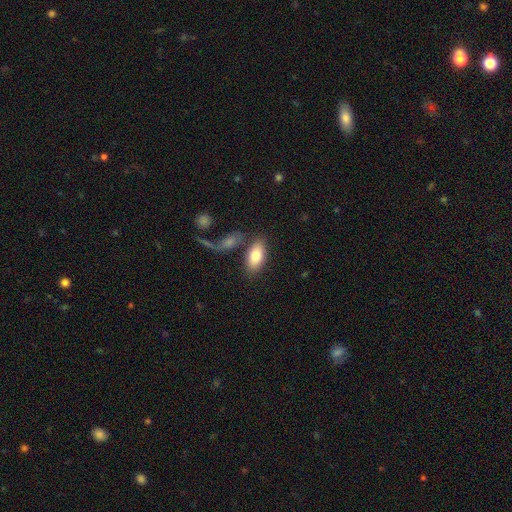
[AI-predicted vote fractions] Smooth or featured?
  - smooth: 81% *
  - featured or disk: 13%
  - star or artifact: 6%
How rounded?
  - in between: 92% *
  - cigar-shaped: 5%
  - round: 4%
Merging?
  - none: 74% *
  - minor disturbance: 12%
  - merger: 9%
  - major disturbance: 4%